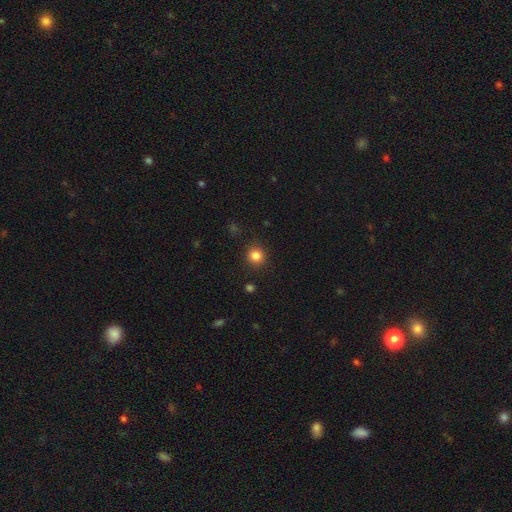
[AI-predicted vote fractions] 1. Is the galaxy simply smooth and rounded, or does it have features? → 84% smooth, 12% star or artifact, 4% featured or disk.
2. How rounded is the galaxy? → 91% round, 8% in between, 1% cigar-shaped.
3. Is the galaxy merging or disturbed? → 90% none, 7% minor disturbance, 2% major disturbance, 1% merger.